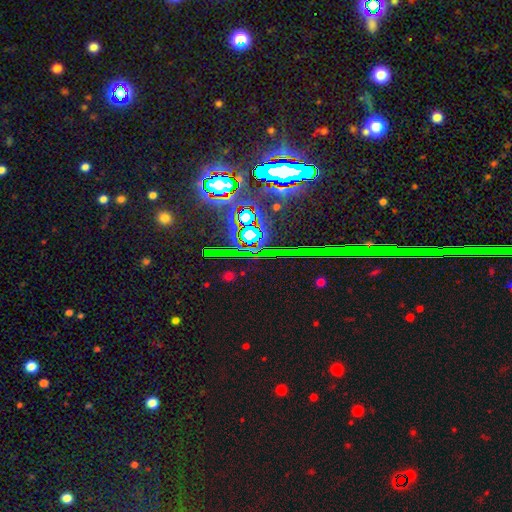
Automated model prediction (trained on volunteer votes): Overall: star or artifact (79%).